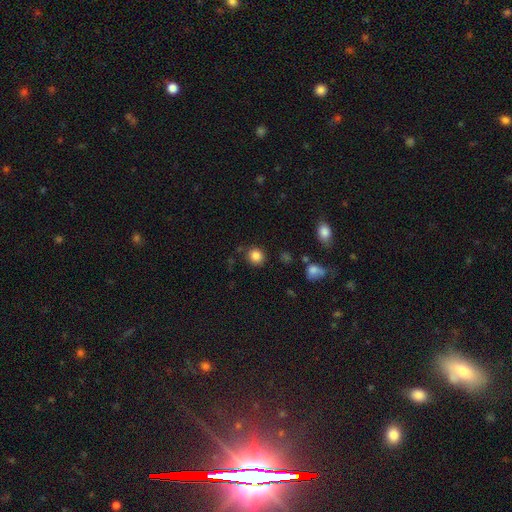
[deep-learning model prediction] A smooth galaxy with no disk features (85%) that is round (87%). Merging: none (85%).